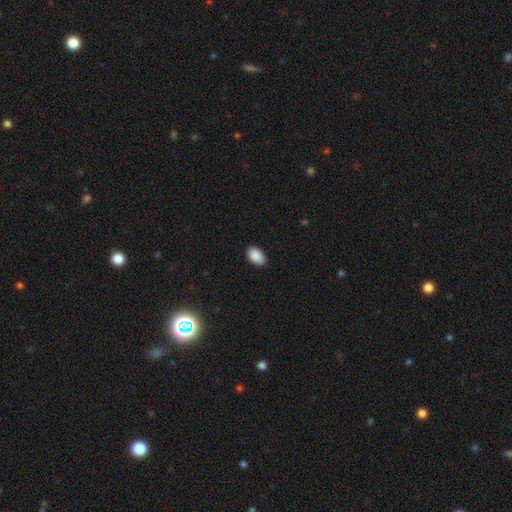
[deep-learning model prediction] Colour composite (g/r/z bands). It shows a smooth galaxy with no disk features (90%) that is in between round and cigar-shaped (92%). Merging: none (88%).